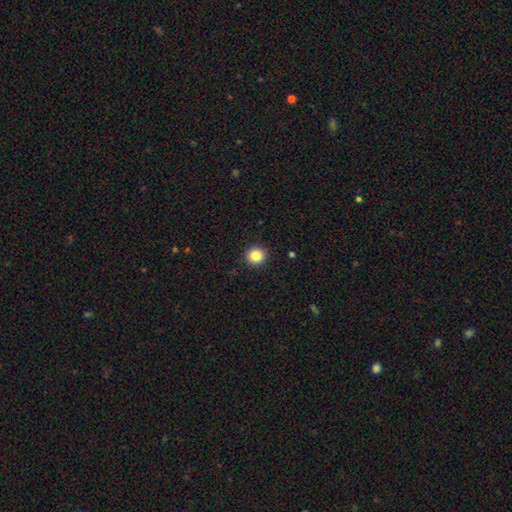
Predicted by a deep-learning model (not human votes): This appears to be a smooth galaxy with no disk features (85%) that is round (94%). Merging: none (93%).